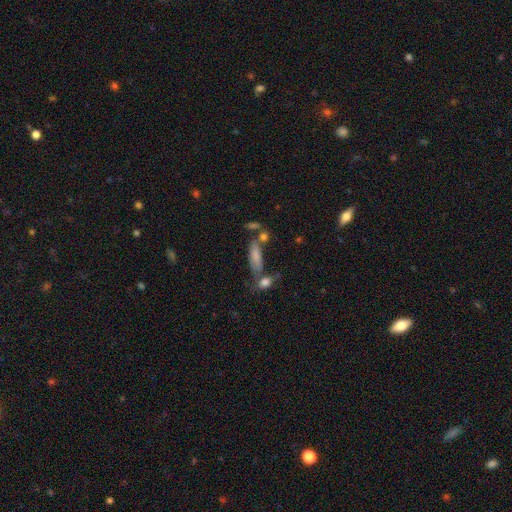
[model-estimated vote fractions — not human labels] A smooth galaxy with no disk features (74%) that is in between round and cigar-shaped (56%). Merging: none (50%).